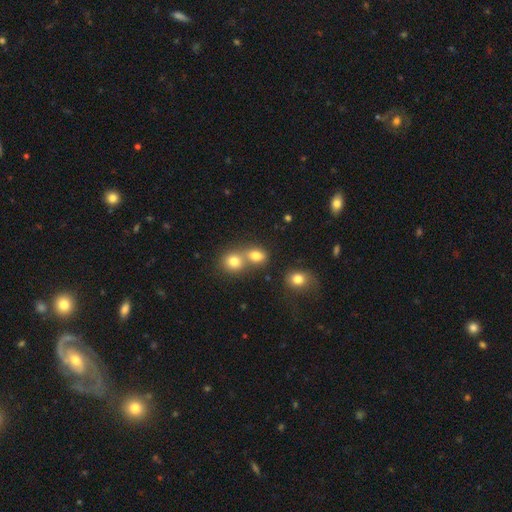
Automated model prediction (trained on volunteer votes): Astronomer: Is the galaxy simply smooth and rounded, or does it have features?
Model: smooth — 78%.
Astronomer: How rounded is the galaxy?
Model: round — 53% (runner-up: in between, 46%).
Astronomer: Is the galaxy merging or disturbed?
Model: merger — 51% (runner-up: none, 38%).